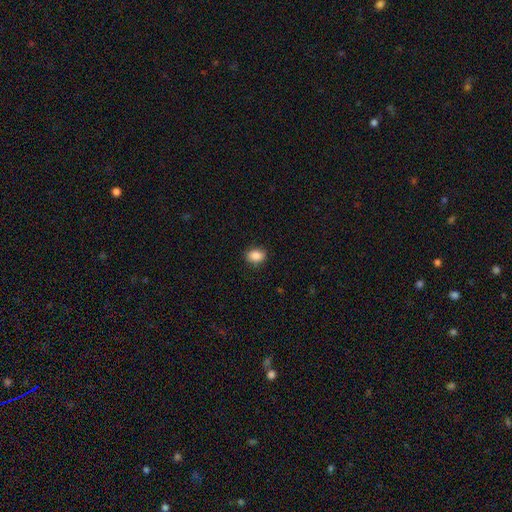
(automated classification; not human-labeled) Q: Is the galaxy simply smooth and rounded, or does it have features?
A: smooth — 88%.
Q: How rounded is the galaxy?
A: in between — 63%.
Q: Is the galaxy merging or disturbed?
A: none — 87%.